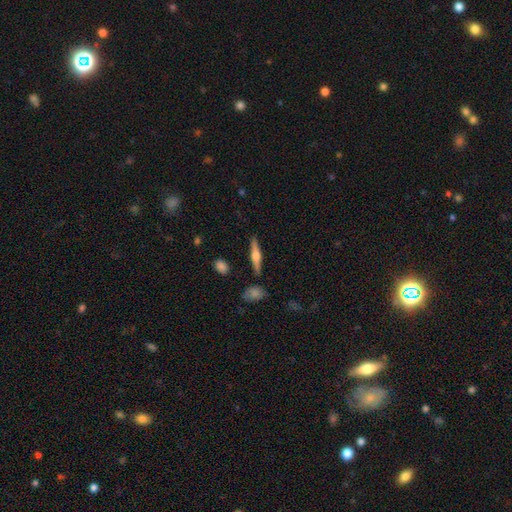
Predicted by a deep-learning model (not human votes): Smooth or featured? Predicted: featured or disk (p=0.63). Edge-on disk? Predicted: yes (p=0.97). Edge-on bulge? Predicted: rounded (p=0.89). Merging? Predicted: none (p=0.87).